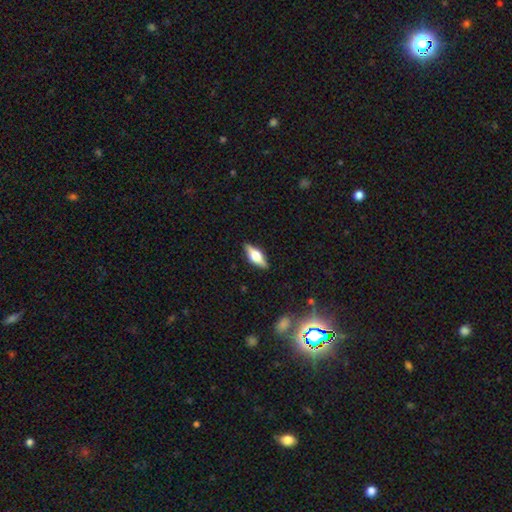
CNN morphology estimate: featured or disk 52%, smooth 41%, star or artifact 7%. Down the decision tree: edge-on disk — yes (93%); merging — none (88%).